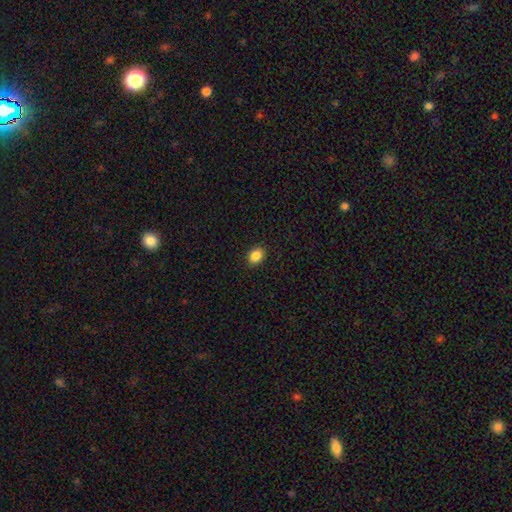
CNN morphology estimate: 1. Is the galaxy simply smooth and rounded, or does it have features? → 87% smooth, 9% star or artifact, 4% featured or disk.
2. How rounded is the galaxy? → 61% in between, 38% round, 1% cigar-shaped.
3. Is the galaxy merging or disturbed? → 90% none, 7% minor disturbance, 2% major disturbance, 1% merger.